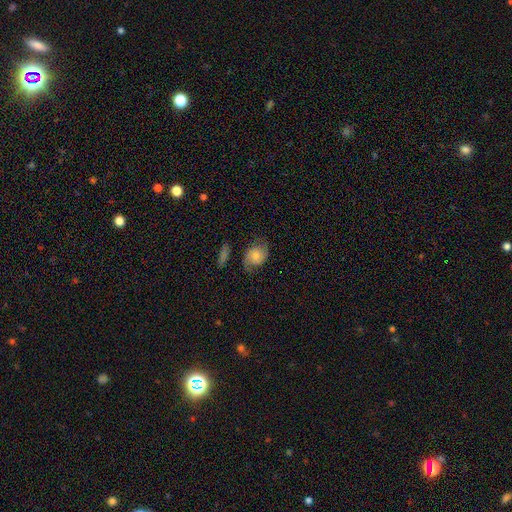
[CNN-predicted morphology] A featured or disk galaxy (46%).

Vote fractions:
- Smooth or featured? featured or disk: 46% / smooth: 45% / star or artifact: 8%
- Merging? none: 62% / minor disturbance: 24% / major disturbance: 12% / merger: 3%